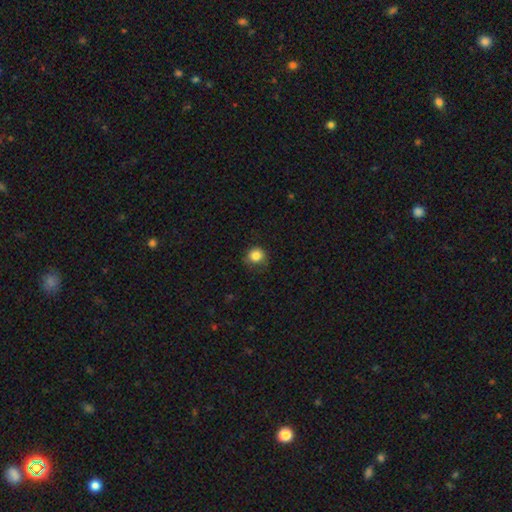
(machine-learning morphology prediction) smooth_or_featured: smooth (p=0.84) [alt: star or artifact p=0.10]
how_rounded: round (p=0.85) [alt: in between p=0.14]
merging: none (p=0.72) [alt: minor disturbance p=0.21]